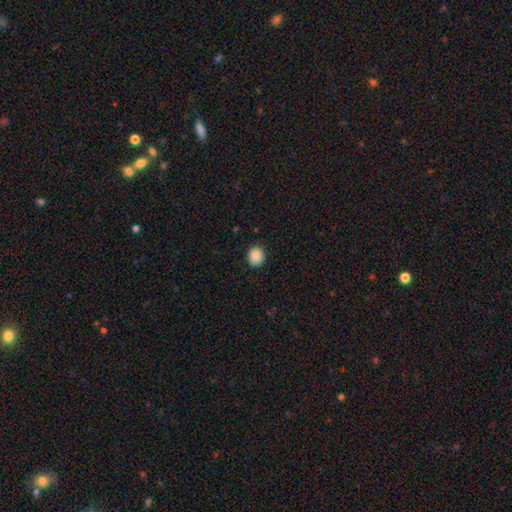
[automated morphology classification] smooth 89%, star or artifact 9%, featured or disk 3%. Down the decision tree: how rounded — round (72%); merging — none (89%).